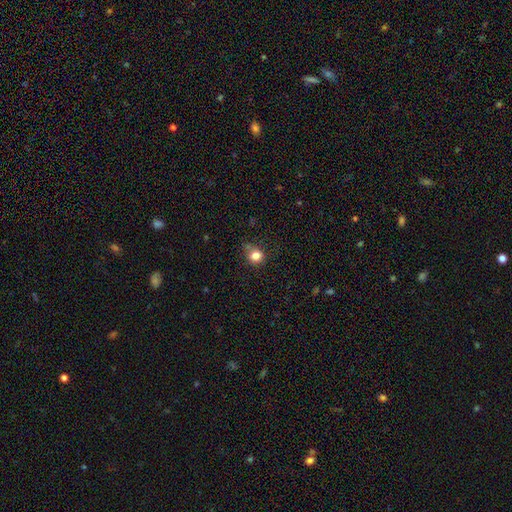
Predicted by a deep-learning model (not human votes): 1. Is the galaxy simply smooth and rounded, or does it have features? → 82% smooth, 12% star or artifact, 6% featured or disk.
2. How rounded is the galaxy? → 83% round, 16% in between, 1% cigar-shaped.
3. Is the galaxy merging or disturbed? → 71% none, 20% minor disturbance, 5% major disturbance, 4% merger.